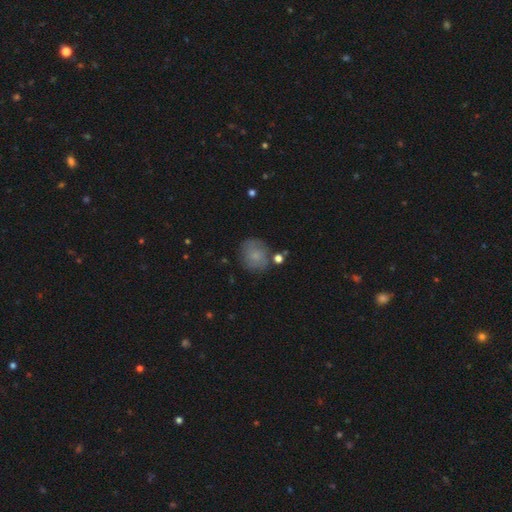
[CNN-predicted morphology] This appears to be a smooth galaxy with no disk features (71%) that is round (72%). Merging: none (68%).